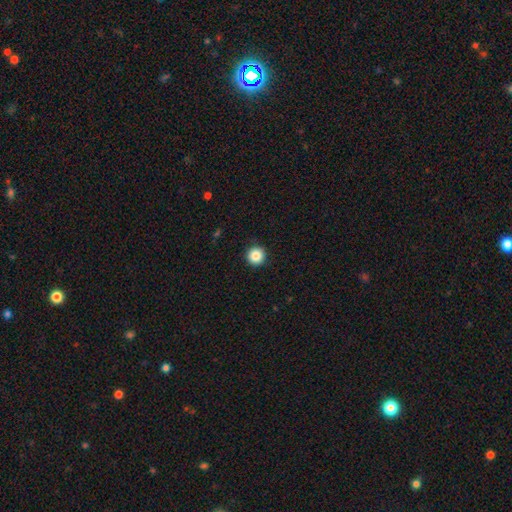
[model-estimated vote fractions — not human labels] smooth 86%, star or artifact 10%, featured or disk 4%. Down the decision tree: how rounded — round (96%); merging — none (92%).